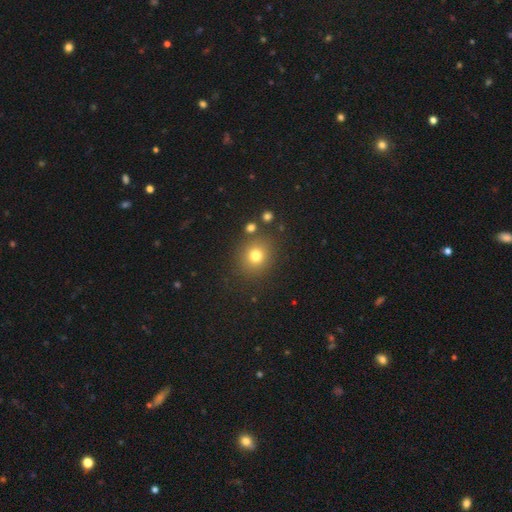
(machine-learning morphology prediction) type=smooth (77%); roundness=round (81%); merging=none (83%).